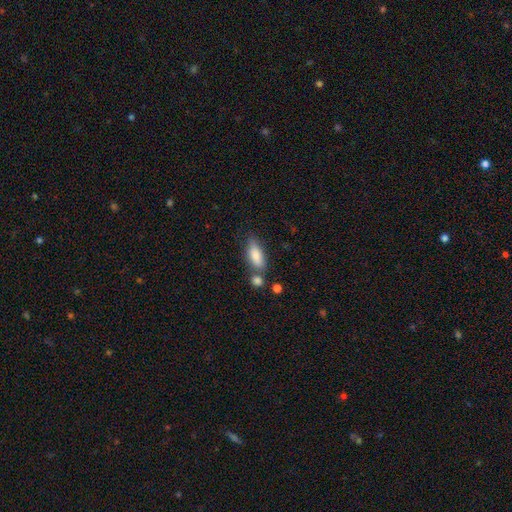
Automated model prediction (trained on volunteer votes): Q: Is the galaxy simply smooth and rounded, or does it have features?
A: smooth — 83%.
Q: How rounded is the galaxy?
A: in between — 74%.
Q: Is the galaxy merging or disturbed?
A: none — 57%.